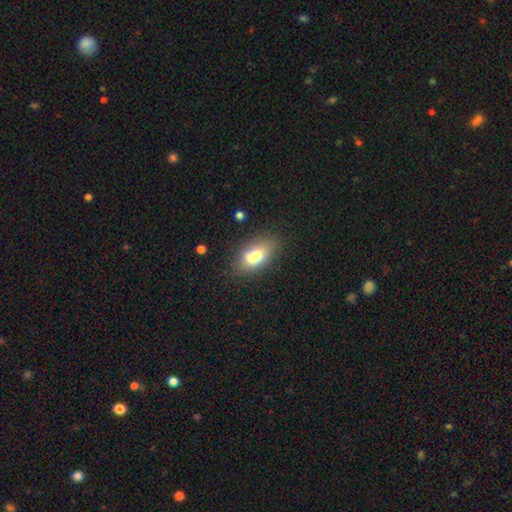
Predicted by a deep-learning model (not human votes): This appears to be a smooth galaxy with no disk features (69%) that is in between round and cigar-shaped (86%). Merging: none (58%).